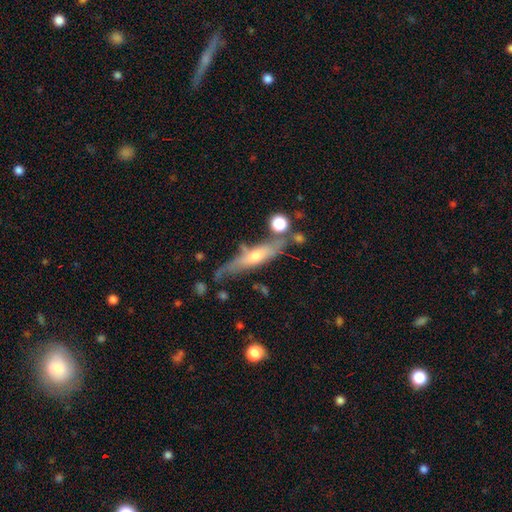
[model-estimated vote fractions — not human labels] Smooth or featured? featured or disk (65%)
Edge-on disk? yes (76%)
Merging? none (61%)